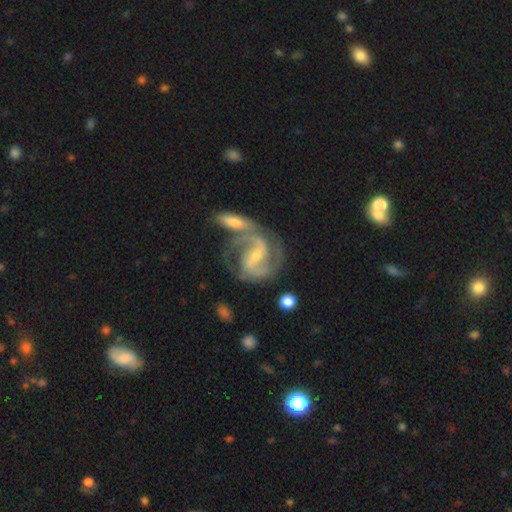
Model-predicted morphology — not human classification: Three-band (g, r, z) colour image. It shows a featured or disk galaxy (87%) with a weak bar (43%), 2 (83%) medium (52%) spiral arms (96%) and a small central bulge (62%). Merging: merger (39%).